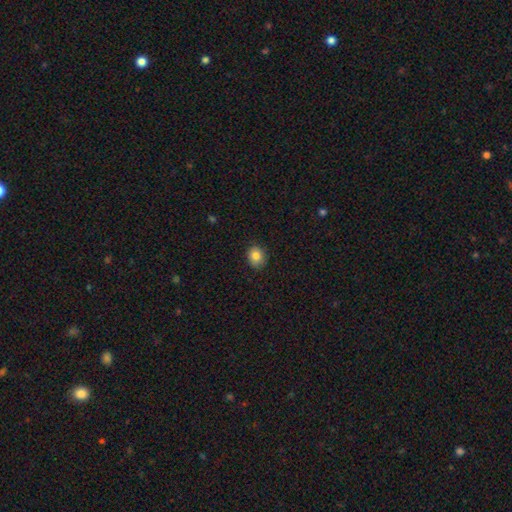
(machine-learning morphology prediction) Smooth or featured?
  - smooth: 84% *
  - star or artifact: 10%
  - featured or disk: 6%
How rounded?
  - round: 60% *
  - in between: 39%
  - cigar-shaped: 1%
Merging?
  - none: 86% *
  - minor disturbance: 11%
  - major disturbance: 2%
  - merger: 1%